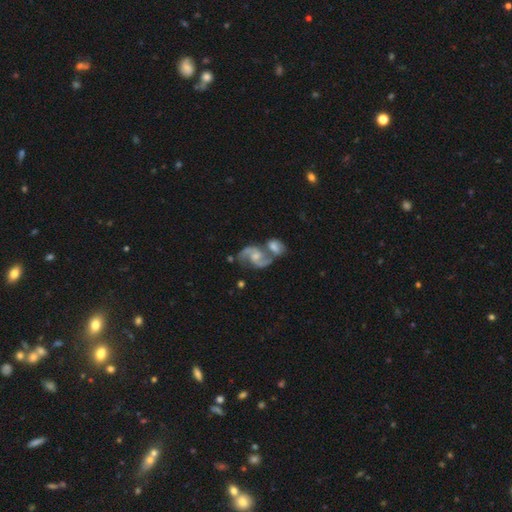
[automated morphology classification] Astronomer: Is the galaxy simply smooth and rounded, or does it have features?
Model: featured or disk — 87%.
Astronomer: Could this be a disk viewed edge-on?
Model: no — 97%.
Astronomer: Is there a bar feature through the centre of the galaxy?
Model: no — 48% (runner-up: weak, 41%).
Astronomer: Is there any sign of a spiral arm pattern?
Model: yes — 96%.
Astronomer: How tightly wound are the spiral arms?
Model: medium — 55%.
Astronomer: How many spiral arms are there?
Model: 2 — 91%.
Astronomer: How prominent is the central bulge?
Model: moderate — 46% (runner-up: small, 45%).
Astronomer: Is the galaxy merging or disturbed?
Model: merger — 41%, tied with none at 41%.